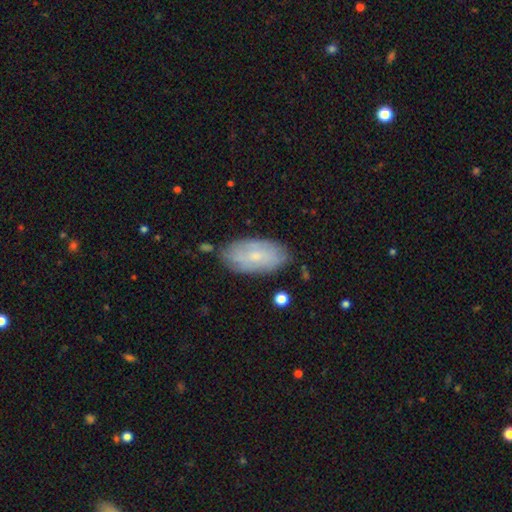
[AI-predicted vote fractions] smooth-or-featured: smooth: 52% | featured or disk: 41% | star or artifact: 7%
  how-rounded: in between: 93% | cigar-shaped: 4% | round: 3%
  merging: none: 75% | minor disturbance: 18% | major disturbance: 4% | merger: 3%